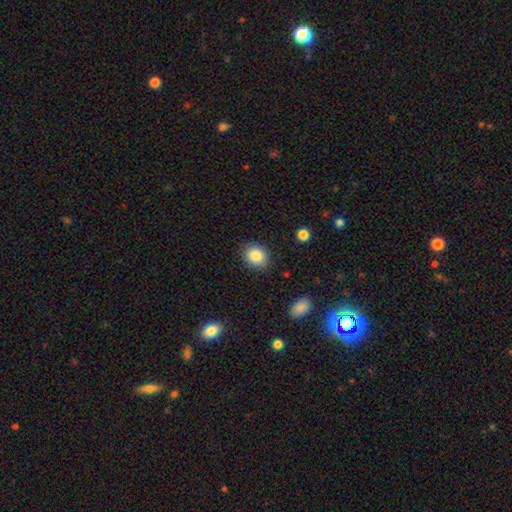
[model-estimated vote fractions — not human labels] smooth-or-featured: smooth: 86% | star or artifact: 9% | featured or disk: 6%
  how-rounded: round: 60% | in between: 39% | cigar-shaped: 1%
  merging: none: 86% | minor disturbance: 10% | major disturbance: 3% | merger: 1%